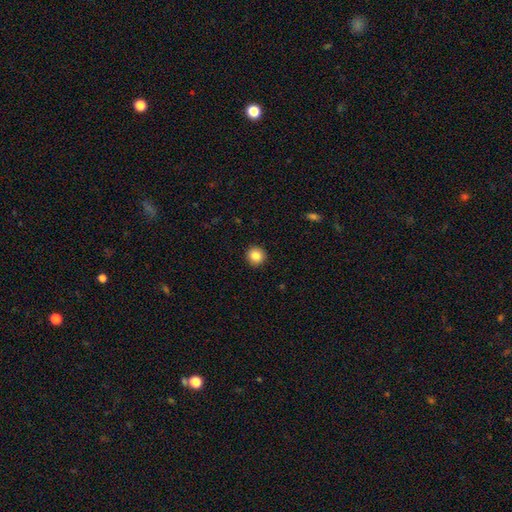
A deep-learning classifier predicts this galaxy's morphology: Smooth or featured: smooth — 86% (star or artifact — 10%)
How rounded: round — 93% (in between — 6%)
Merging: none — 93% (minor disturbance — 5%)